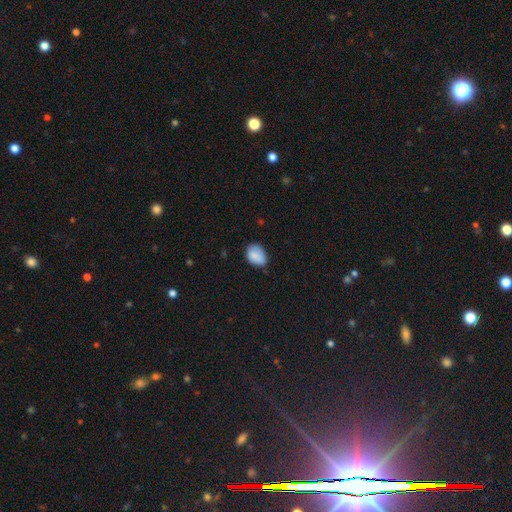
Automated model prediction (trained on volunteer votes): Morphology: type=smooth (86%); roundness=in between (73%); merging=none (64%).